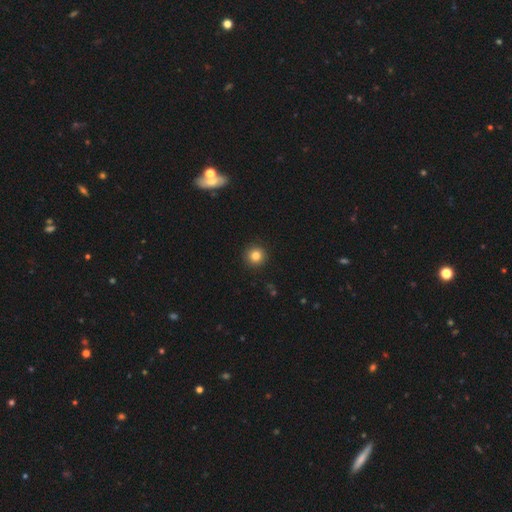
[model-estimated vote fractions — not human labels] Smooth or featured: smooth — 83% (star or artifact — 11%)
How rounded: round — 96% (in between — 3%)
Merging: none — 93% (minor disturbance — 4%)